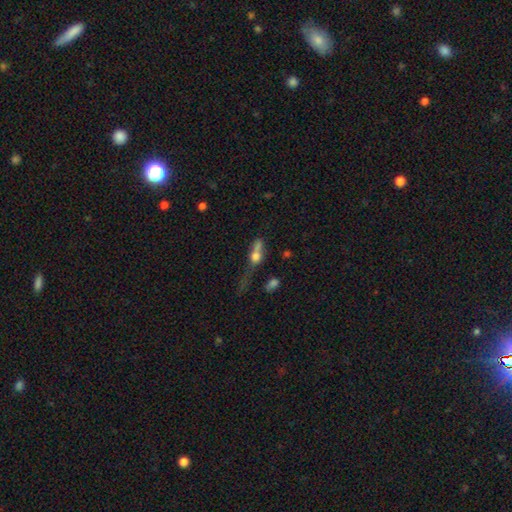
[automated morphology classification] smooth_or_featured: smooth (p=0.59) [alt: featured or disk p=0.28]
how_rounded: in between (p=0.46) [alt: cigar-shaped p=0.29]
merging: major disturbance (p=0.35) [alt: merger p=0.27]